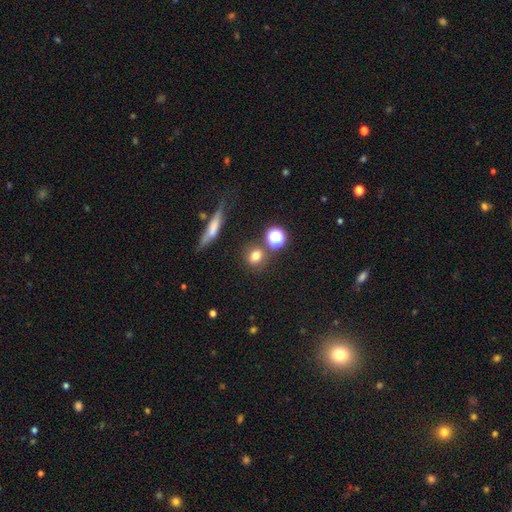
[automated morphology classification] Overall: smooth (75%). How rounded: round (73%). Merging: none (76%).